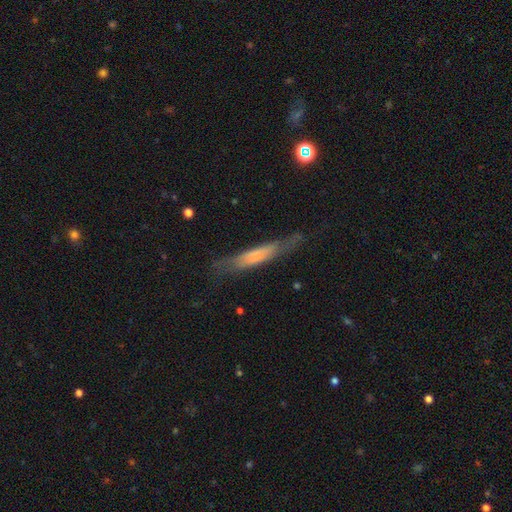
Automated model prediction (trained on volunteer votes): Smooth or featured? Predicted: smooth (p=0.54). How rounded? Predicted: cigar-shaped (p=0.87). Merging? Predicted: none (p=0.64).